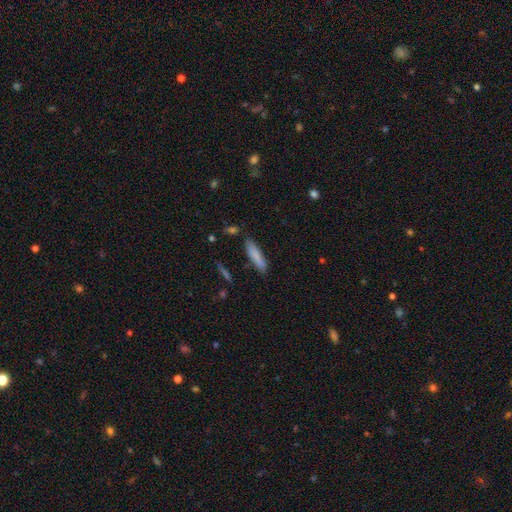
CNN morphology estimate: smooth 82%, featured or disk 11%, star or artifact 7%. Down the decision tree: how rounded — cigar-shaped (75%); merging — none (80%).